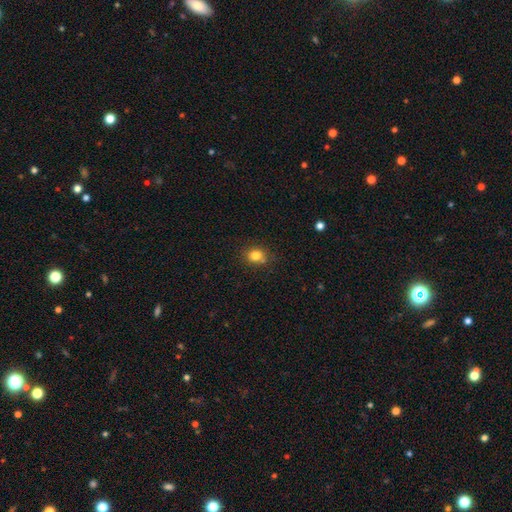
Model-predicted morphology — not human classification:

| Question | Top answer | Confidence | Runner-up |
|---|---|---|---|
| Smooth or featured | smooth | 81% | star or artifact (12%) |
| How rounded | round | 62% | in between (37%) |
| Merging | none | 75% | minor disturbance (14%) |